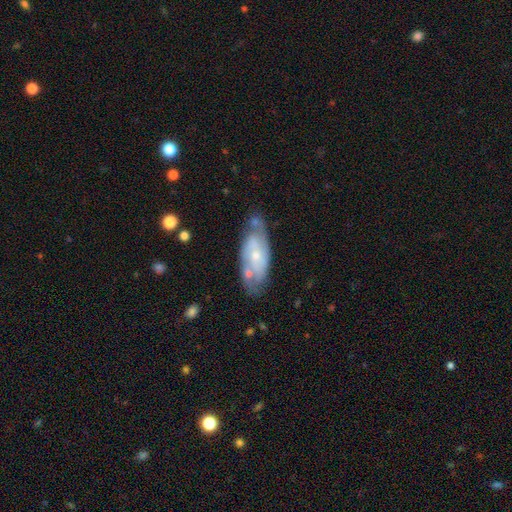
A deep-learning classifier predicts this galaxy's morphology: type=featured or disk (68%); edge-on=no (90%); bar=no (63%); spiral arms=yes (81%); bulge=small (62%); merging=none (60%).